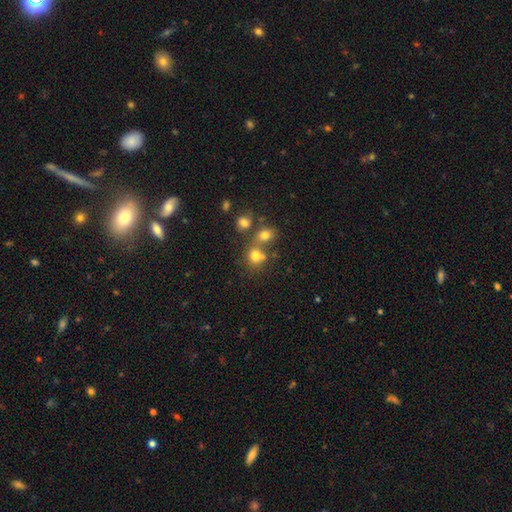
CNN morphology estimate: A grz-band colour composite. It shows a smooth galaxy with no disk features (73%) that is round (77%). Merging: none (43%, tied with merger).